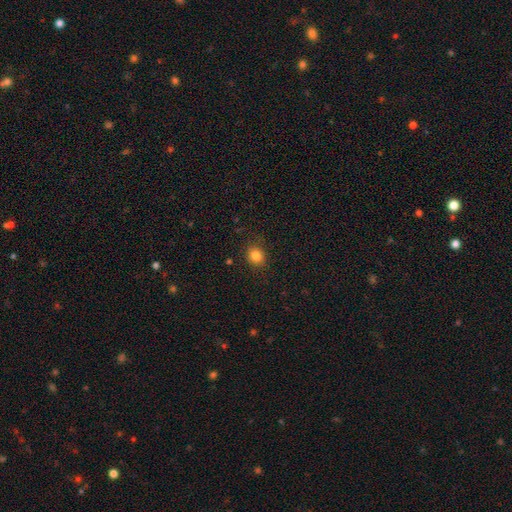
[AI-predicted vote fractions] A smooth galaxy with no disk features (83%) that is round (72%).

Vote fractions:
- Smooth or featured? smooth: 83% / star or artifact: 12% / featured or disk: 5%
- How rounded? round: 72% / in between: 28% / cigar-shaped: 1%
- Merging? none: 85% / minor disturbance: 10% / major disturbance: 3% / merger: 1%